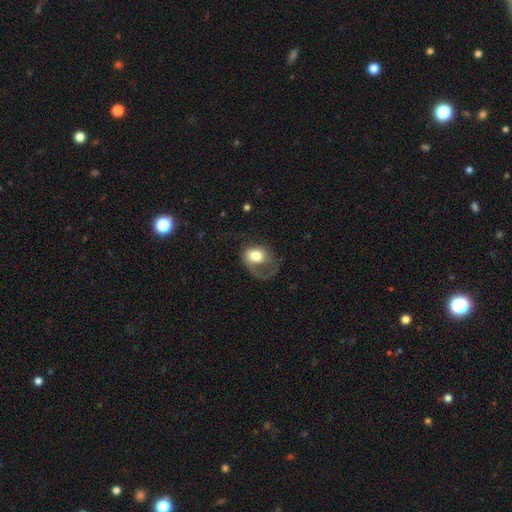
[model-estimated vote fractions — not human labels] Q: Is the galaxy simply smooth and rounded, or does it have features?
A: smooth — 60%.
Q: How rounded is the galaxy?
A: in between — 53%.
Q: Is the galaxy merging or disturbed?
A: major disturbance — 52%.